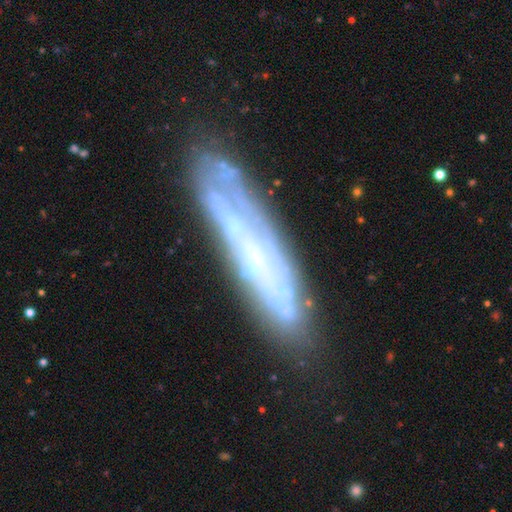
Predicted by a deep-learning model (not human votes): Smooth or featured? Predicted: featured or disk (p=0.71). Edge-on disk? Predicted: no (p=0.53). Merging? Predicted: none (p=0.73).